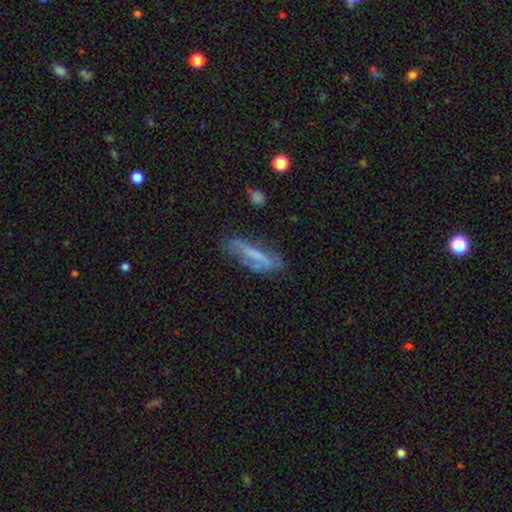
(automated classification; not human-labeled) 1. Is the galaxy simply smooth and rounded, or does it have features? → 46% featured or disk, 44% smooth, 9% star or artifact.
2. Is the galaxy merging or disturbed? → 51% none, 28% minor disturbance, 17% major disturbance, 5% merger.